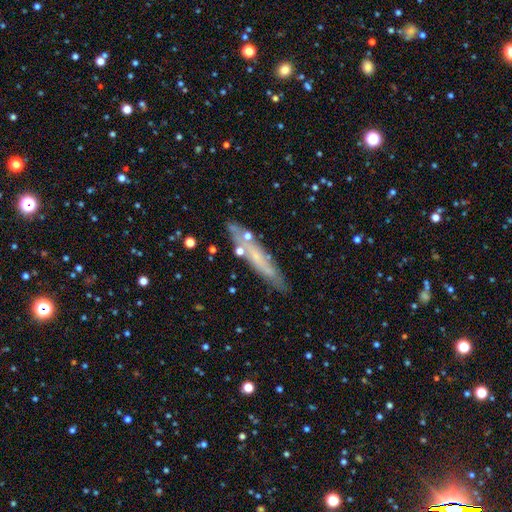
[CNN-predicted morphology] A featured or disk galaxy (47%).

Vote fractions:
- Smooth or featured? featured or disk: 47% / smooth: 43% / star or artifact: 10%
- Merging? none: 77% / minor disturbance: 15% / merger: 5% / major disturbance: 4%